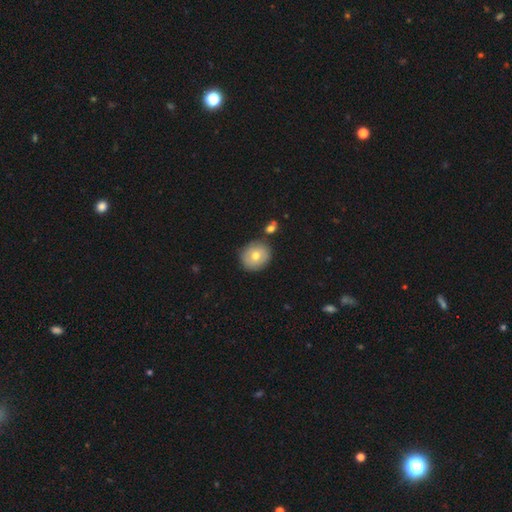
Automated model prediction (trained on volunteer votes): Smooth or featured: smooth — 70% (featured or disk — 22%)
How rounded: round — 84% (in between — 15%)
Merging: none — 81% (minor disturbance — 10%)